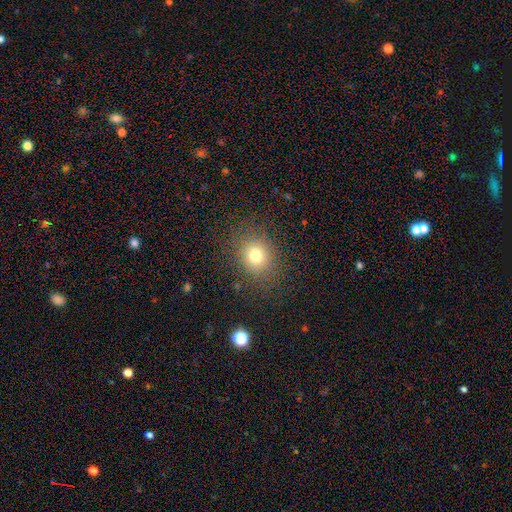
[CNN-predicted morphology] A smooth galaxy with no disk features (76%) that is round (66%).

Vote fractions:
- Smooth or featured? smooth: 76% / star or artifact: 15% / featured or disk: 9%
- How rounded? round: 66% / in between: 33% / cigar-shaped: 1%
- Merging? none: 83% / minor disturbance: 10% / major disturbance: 5% / merger: 1%